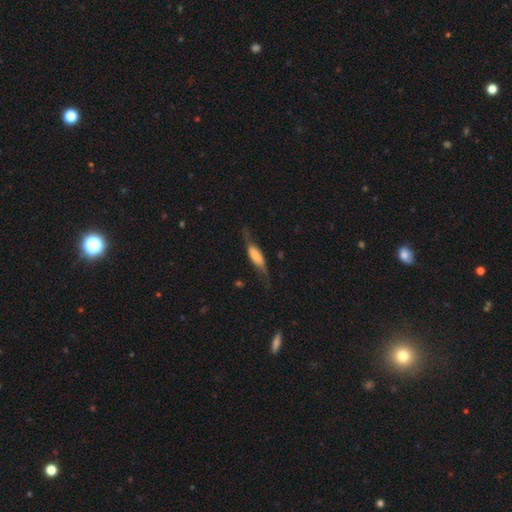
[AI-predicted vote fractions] smooth_or_featured: smooth (p=0.47) [alt: featured or disk p=0.46]
merging: none (p=0.56) [alt: minor disturbance p=0.24]